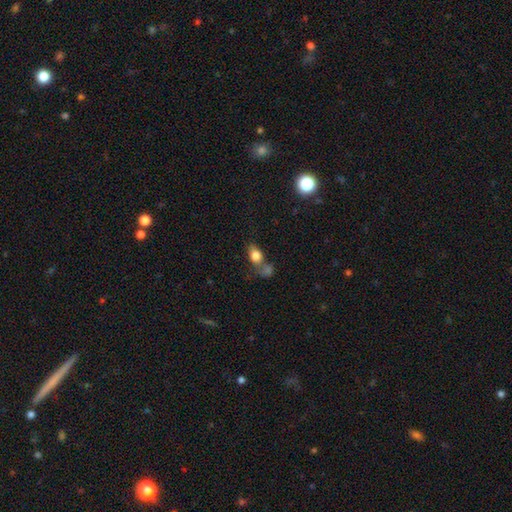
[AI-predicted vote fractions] This is likely a smooth galaxy (78%). How rounded: likely in between (73%). Merging: marginally none (39%).